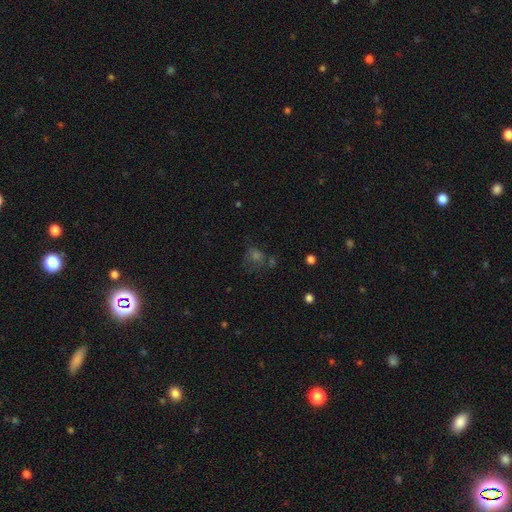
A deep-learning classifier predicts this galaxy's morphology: A smooth galaxy with no disk features (47%).

Vote fractions:
- Smooth or featured? smooth: 47% / star or artifact: 35% / featured or disk: 19%
- Merging? none: 57% / minor disturbance: 18% / major disturbance: 15% / merger: 11%